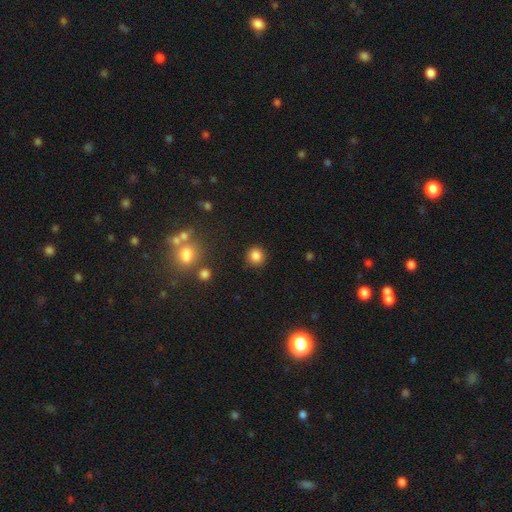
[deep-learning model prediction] A smooth galaxy with no disk features (83%) that is round (88%). Merging: none (88%).